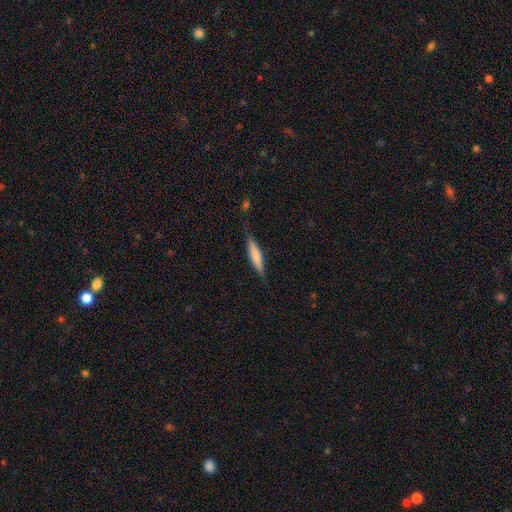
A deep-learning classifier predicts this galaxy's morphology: A smooth galaxy with no disk features (57%) that is cigar-shaped (87%).

Vote fractions:
- Smooth or featured? smooth: 57% / featured or disk: 36% / star or artifact: 6%
- How rounded? cigar-shaped: 87% / in between: 12% / round: 2%
- Merging? none: 81% / minor disturbance: 14% / major disturbance: 3% / merger: 2%